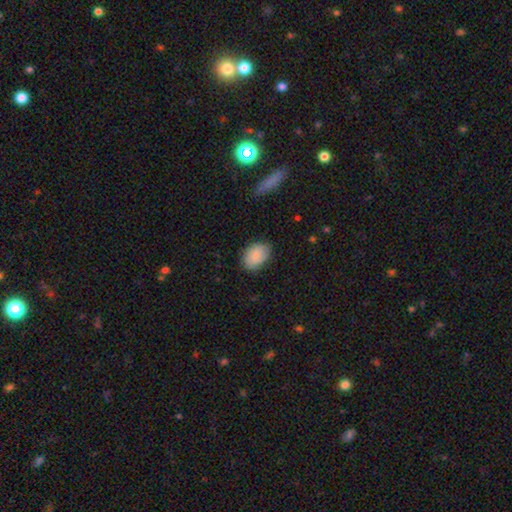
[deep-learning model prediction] Morphology: type=smooth (84%); roundness=in between (82%); merging=none (79%).